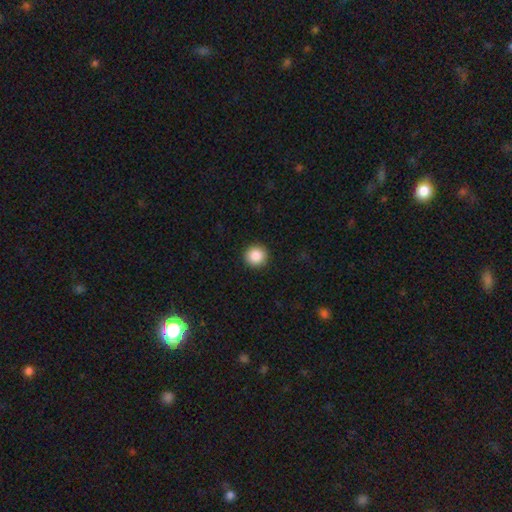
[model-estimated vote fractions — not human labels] Smooth or featured? smooth (88%)
How rounded? round (95%)
Merging? none (93%)